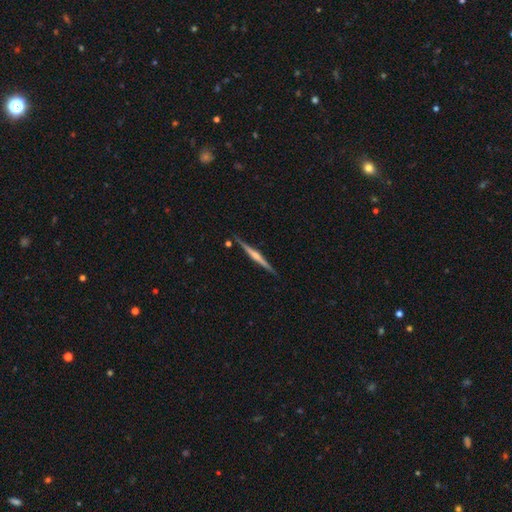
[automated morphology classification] A featured or disk galaxy (75%) viewed edge-on (98%) with a rounded central bulge (72%). Merging: none (88%).